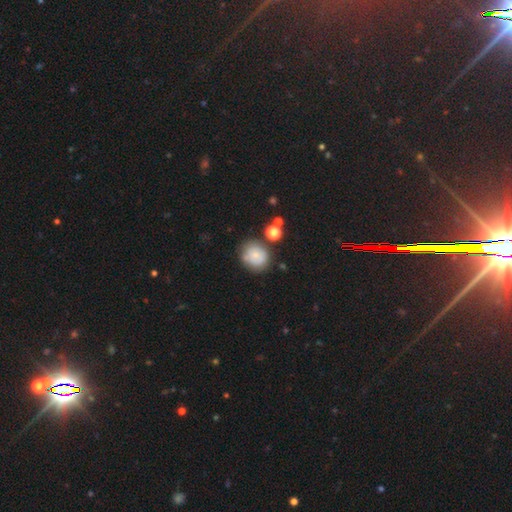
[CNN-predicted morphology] A smooth galaxy with no disk features (66%) that is round (80%). Merging: none (65%).